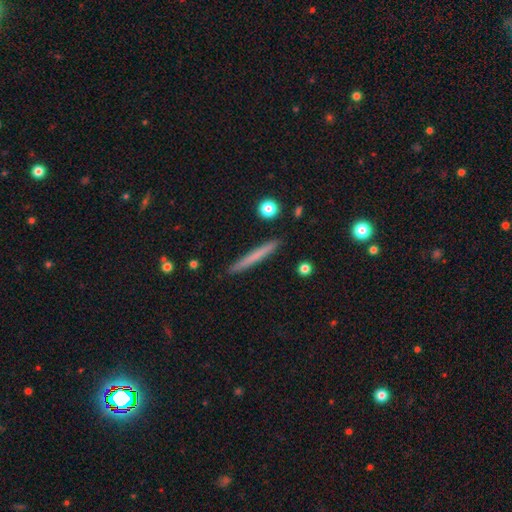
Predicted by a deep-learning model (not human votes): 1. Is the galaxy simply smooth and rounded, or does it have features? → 63% smooth, 31% featured or disk, 6% star or artifact.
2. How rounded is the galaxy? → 97% cigar-shaped, 2% in between, 1% round.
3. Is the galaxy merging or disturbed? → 92% none, 6% minor disturbance, 1% merger, 1% major disturbance.